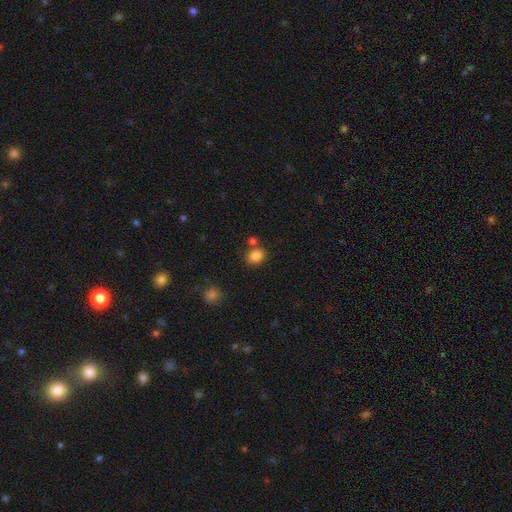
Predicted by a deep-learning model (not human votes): smooth 84%, star or artifact 10%, featured or disk 5%. Down the decision tree: how rounded — round (53%); merging — none (70%).